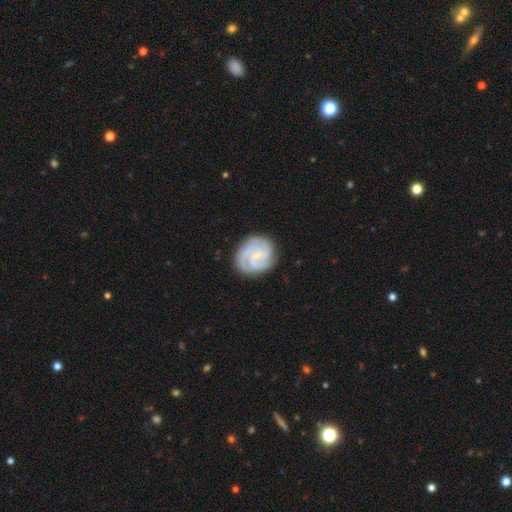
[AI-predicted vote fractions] Smooth or featured: featured or disk — 83% (smooth — 12%)
Edge-on disk: no — 98% (yes — 2%)
Bar: no — 48% (weak — 43%)
Spiral arms: yes — 97% (no — 3%)
Spiral winding: tight — 60% (medium — 34%)
Spiral arm count: 3 — 46% (2 — 17%)
Bulge size: small — 57% (none — 28%)
Merging: none — 79% (minor disturbance — 14%)